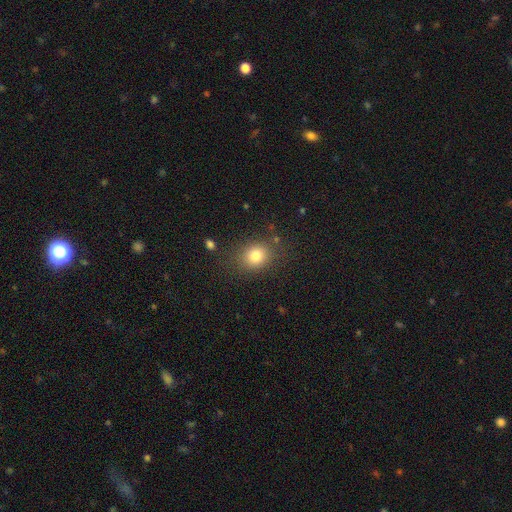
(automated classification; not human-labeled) smooth-or-featured: smooth: 80% | star or artifact: 12% | featured or disk: 8%
  how-rounded: round: 61% | in between: 38% | cigar-shaped: 1%
  merging: none: 81% | minor disturbance: 12% | major disturbance: 5% | merger: 3%